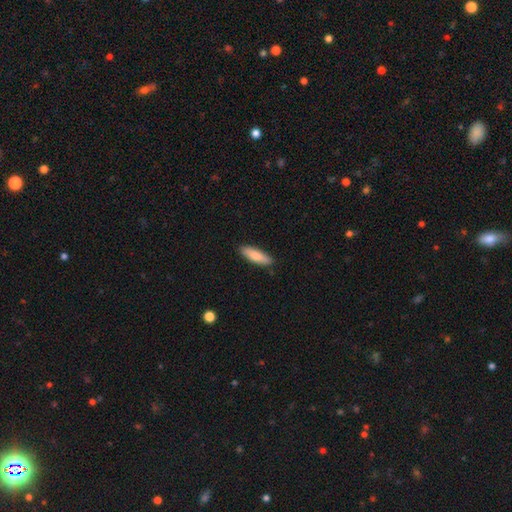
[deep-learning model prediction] Overall: smooth (80%). How rounded: cigar-shaped (54%; in between 44%). Merging: none (88%).